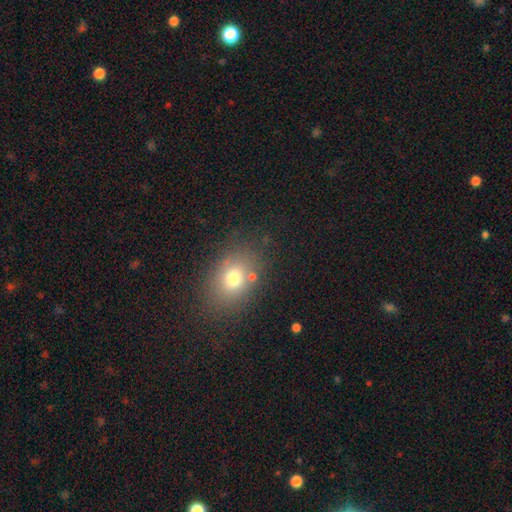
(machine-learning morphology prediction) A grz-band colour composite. It shows a smooth galaxy with no disk features (67%) that is in between round and cigar-shaped (55%). Merging: none (86%).